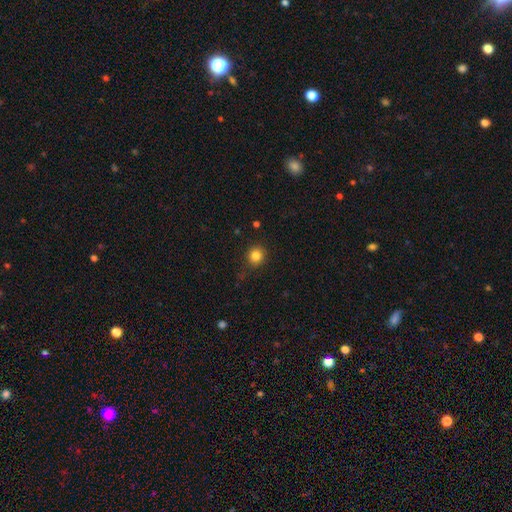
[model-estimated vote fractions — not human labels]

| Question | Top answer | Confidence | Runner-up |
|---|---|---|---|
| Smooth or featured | smooth | 83% | star or artifact (12%) |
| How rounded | round | 88% | in between (11%) |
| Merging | none | 86% | minor disturbance (10%) |